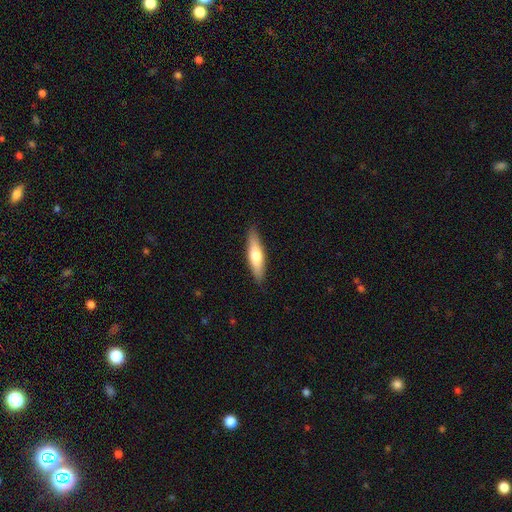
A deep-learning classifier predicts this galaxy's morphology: A smooth galaxy with no disk features (62%) that is cigar-shaped (71%). Merging: none (89%).